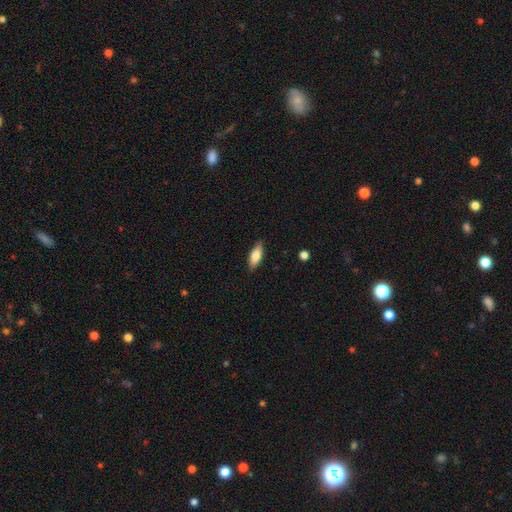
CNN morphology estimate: A smooth galaxy with no disk features (75%) that is in between round and cigar-shaped (71%).

Vote fractions:
- Smooth or featured? smooth: 75% / featured or disk: 19% / star or artifact: 6%
- How rounded? in between: 71% / cigar-shaped: 26% / round: 2%
- Merging? none: 85% / minor disturbance: 11% / major disturbance: 2% / merger: 1%